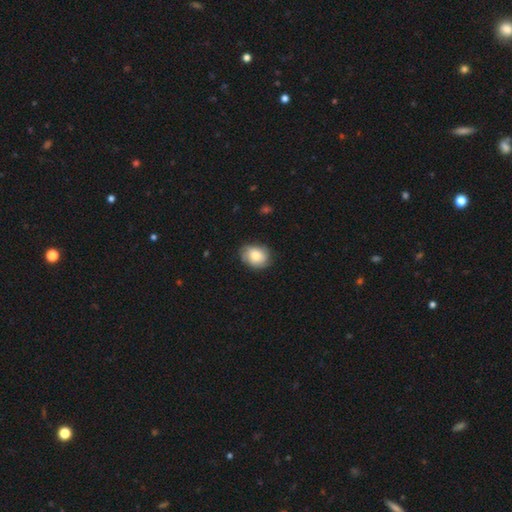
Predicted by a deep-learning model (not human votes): This is possibly a smooth galaxy (57%). How rounded: possibly in between (55%). Merging: likely none (75%).